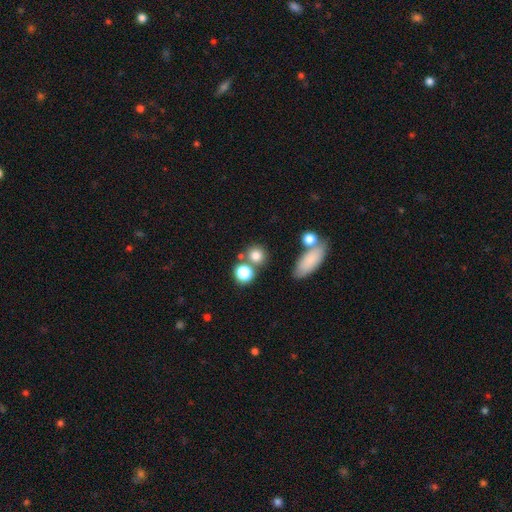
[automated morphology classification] smooth_or_featured: smooth (p=0.78) [alt: star or artifact p=0.13]
how_rounded: round (p=0.83) [alt: in between p=0.15]
merging: none (p=0.64) [alt: merger p=0.22]